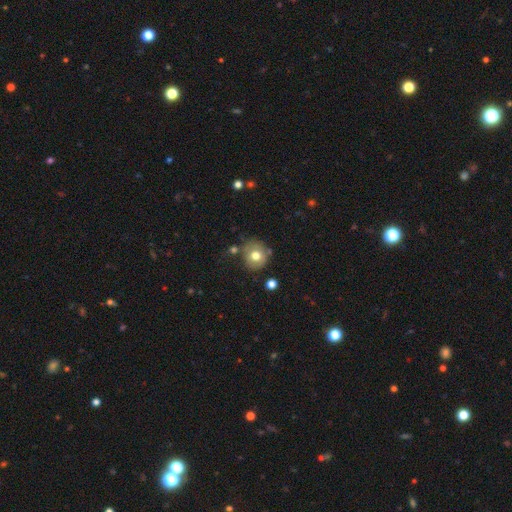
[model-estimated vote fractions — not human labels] Morphology: type=smooth (69%); roundness=round (86%); merging=none (73%).